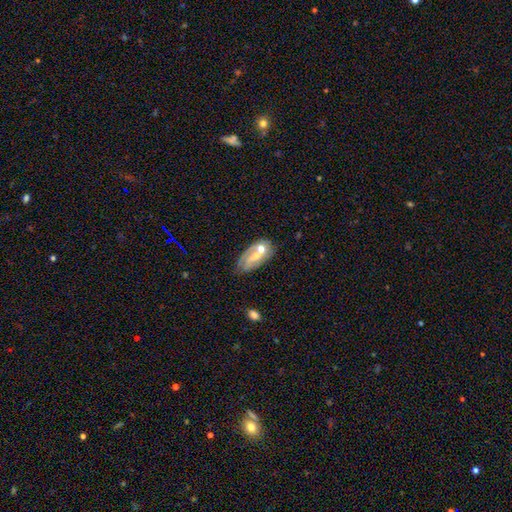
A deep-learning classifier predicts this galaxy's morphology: A featured or disk galaxy (53%). Merging: none (44%).